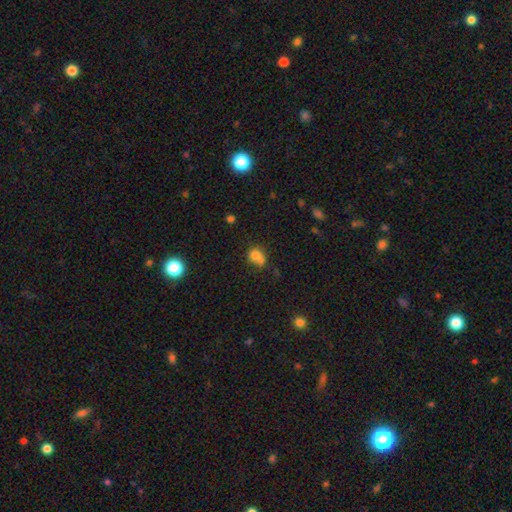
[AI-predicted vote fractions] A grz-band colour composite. It shows a smooth galaxy with no disk features (72%) that is round (71%). Merging: merger (54%).